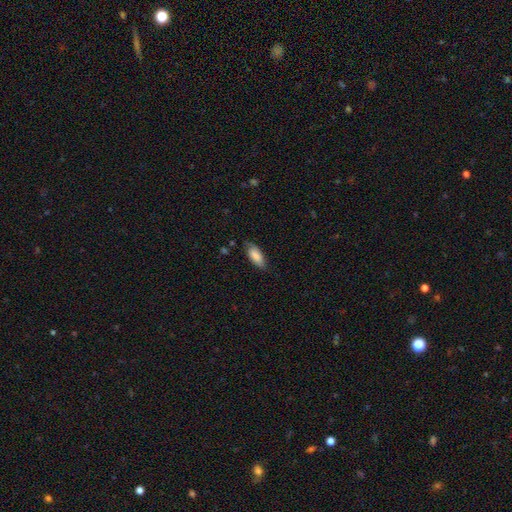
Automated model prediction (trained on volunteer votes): Smooth or featured: smooth — 80% (featured or disk — 14%)
How rounded: in between — 84% (cigar-shaped — 14%)
Merging: none — 72% (minor disturbance — 22%)